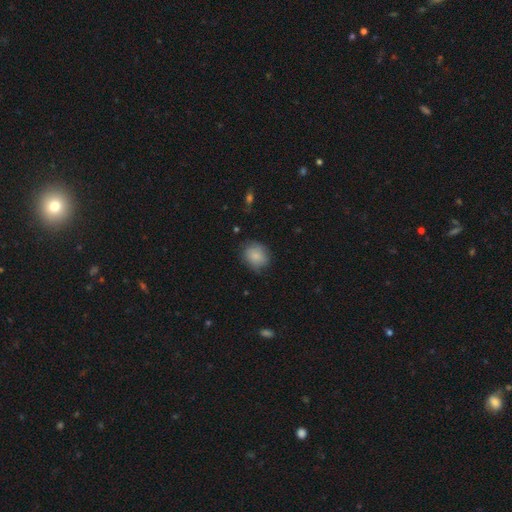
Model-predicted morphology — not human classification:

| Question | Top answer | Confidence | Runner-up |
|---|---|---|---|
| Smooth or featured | smooth | 81% | featured or disk (11%) |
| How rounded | round | 63% | in between (36%) |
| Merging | none | 71% | minor disturbance (22%) |